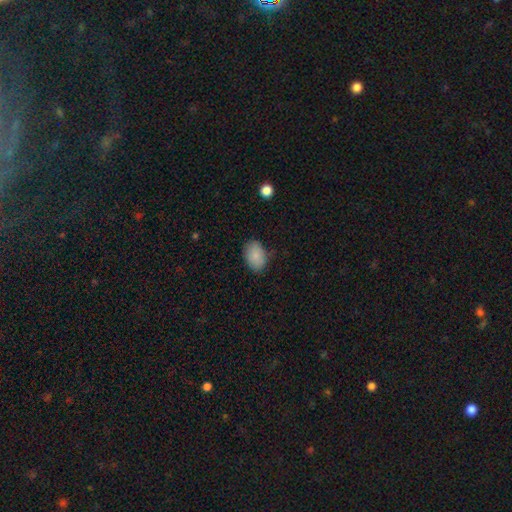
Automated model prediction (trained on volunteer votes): Smooth or featured?
  - smooth: 87% *
  - star or artifact: 7%
  - featured or disk: 6%
How rounded?
  - in between: 84% *
  - round: 15%
  - cigar-shaped: 1%
Merging?
  - none: 80% *
  - minor disturbance: 16%
  - major disturbance: 3%
  - merger: 1%